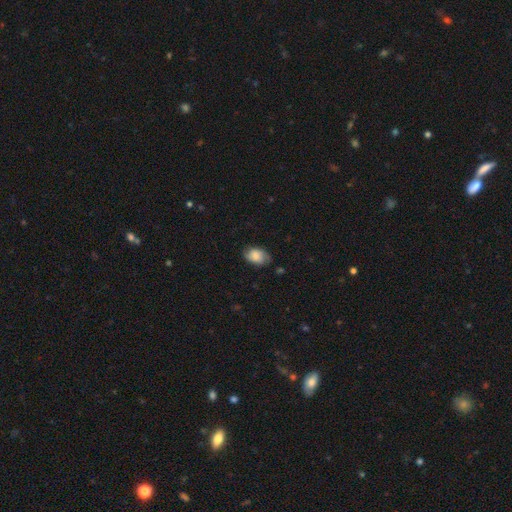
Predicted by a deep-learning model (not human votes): A smooth galaxy with no disk features (78%) that is in between round and cigar-shaped (88%). Merging: none (72%).